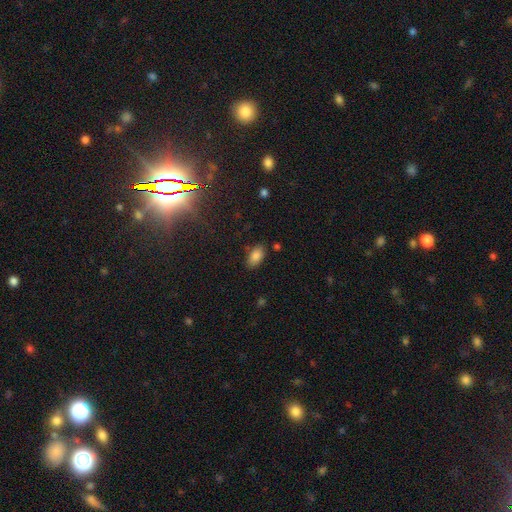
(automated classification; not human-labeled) Q: Smooth or featured?
A: smooth (84%); runner-up: star or artifact (10%)
Q: How rounded?
A: in between (93%); runner-up: round (5%)
Q: Merging?
A: none (81%); runner-up: minor disturbance (13%)